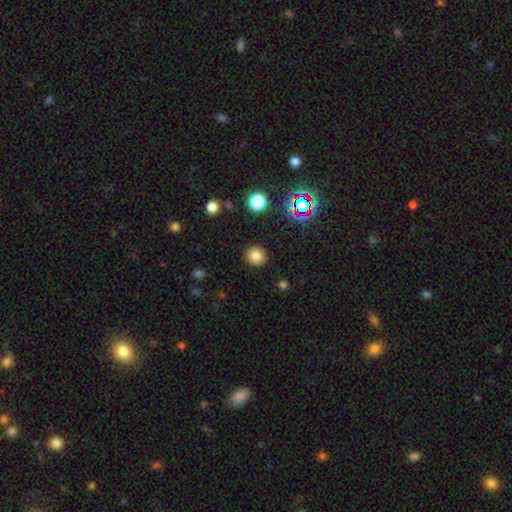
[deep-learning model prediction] This is clearly a smooth galaxy (80%). How rounded: clearly round (91%). Merging: clearly none (90%).